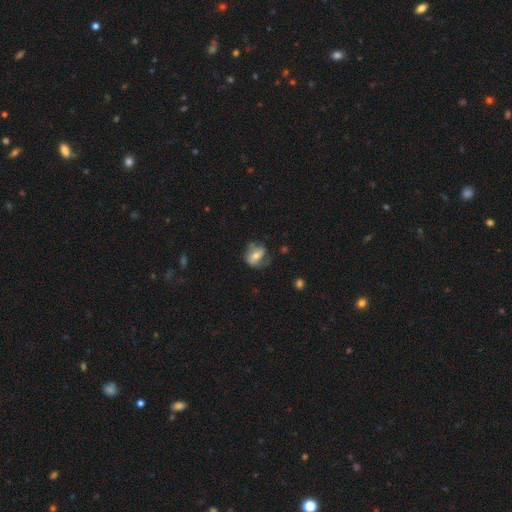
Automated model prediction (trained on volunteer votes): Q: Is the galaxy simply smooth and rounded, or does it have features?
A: smooth — 52%.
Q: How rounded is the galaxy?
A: in between — 57%.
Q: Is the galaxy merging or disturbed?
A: none — 51%.